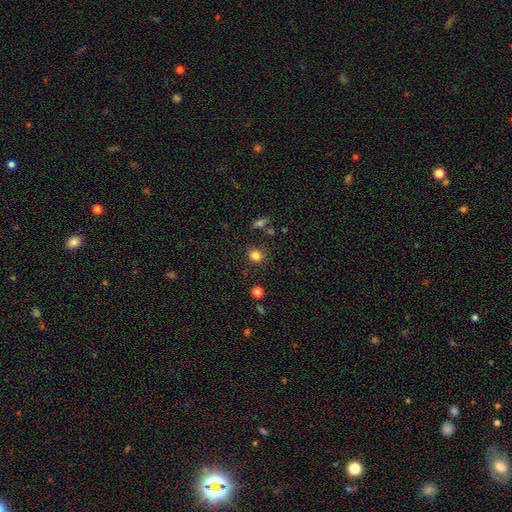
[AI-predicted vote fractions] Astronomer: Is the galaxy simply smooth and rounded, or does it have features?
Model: smooth — 83%.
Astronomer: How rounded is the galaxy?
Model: round — 75%.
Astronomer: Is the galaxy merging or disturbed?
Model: none — 84%.